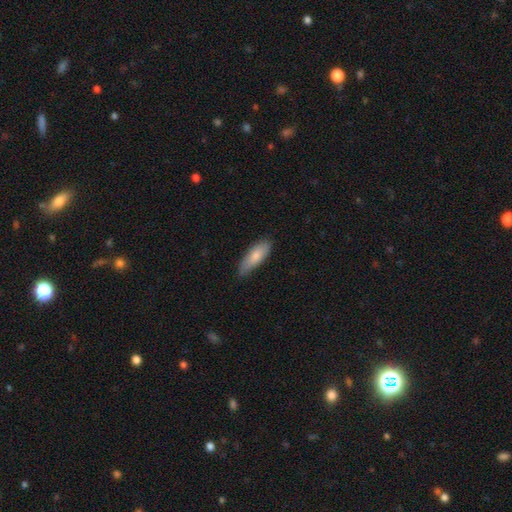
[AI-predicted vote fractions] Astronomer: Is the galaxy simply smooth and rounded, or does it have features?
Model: smooth — 79%.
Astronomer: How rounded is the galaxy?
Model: in between — 61% (runner-up: cigar-shaped, 37%).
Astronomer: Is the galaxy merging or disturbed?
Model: none — 73%.